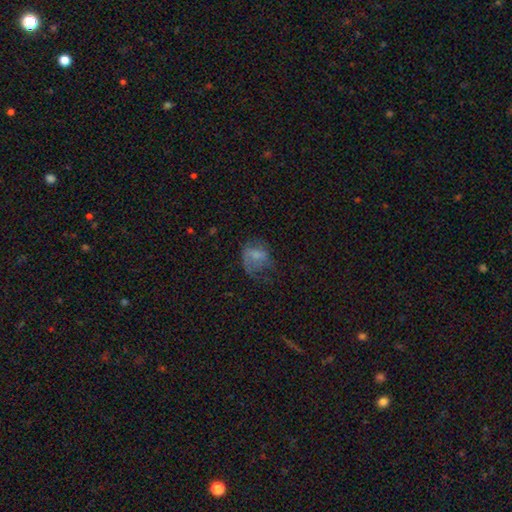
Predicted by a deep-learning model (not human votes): smooth_or_featured: smooth (p=0.56) [alt: featured or disk p=0.32]
how_rounded: in between (p=0.54) [alt: round p=0.45]
merging: major disturbance (p=0.39) [alt: none p=0.34]